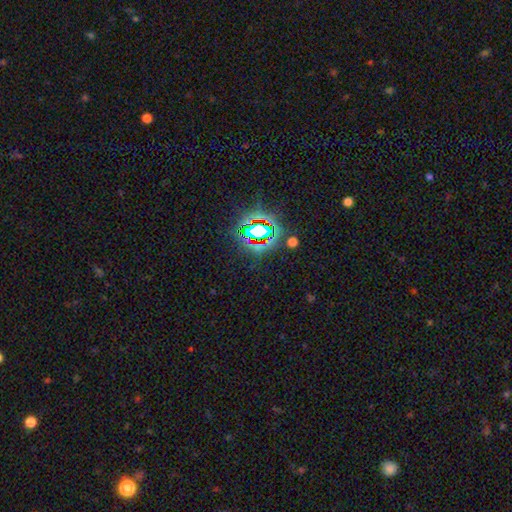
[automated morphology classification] type=star or artifact (75%).